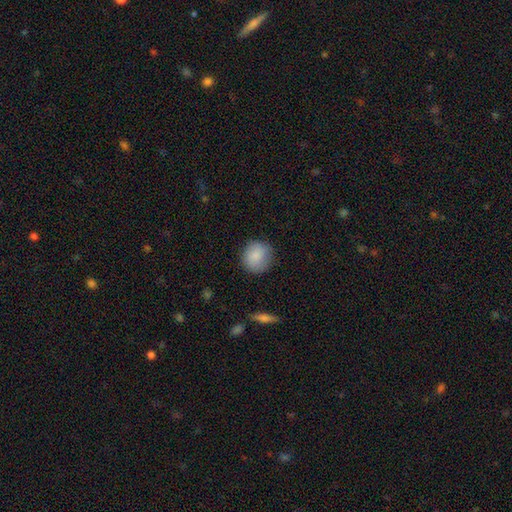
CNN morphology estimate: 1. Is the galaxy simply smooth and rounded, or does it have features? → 87% smooth, 7% star or artifact, 6% featured or disk.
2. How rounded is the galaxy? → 88% round, 11% in between, 1% cigar-shaped.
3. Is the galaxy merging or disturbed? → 83% none, 12% minor disturbance, 3% major disturbance, 1% merger.